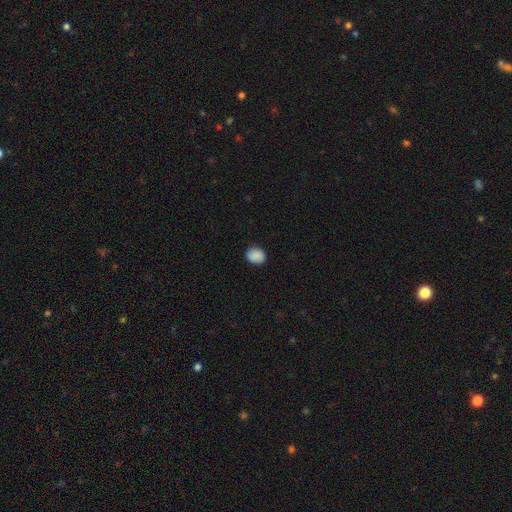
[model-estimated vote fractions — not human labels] This is clearly a smooth galaxy (86%). How rounded: possibly round (60%). Merging: clearly none (85%).